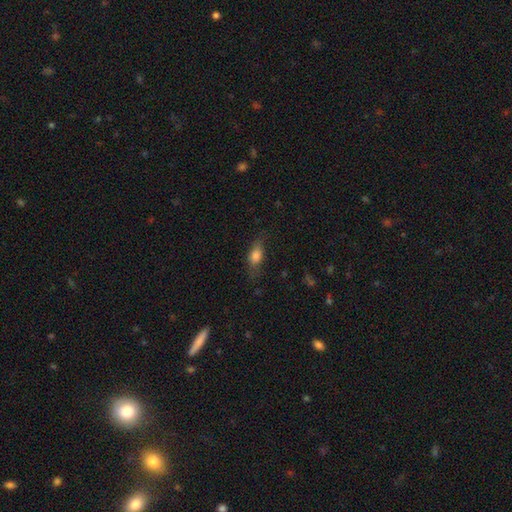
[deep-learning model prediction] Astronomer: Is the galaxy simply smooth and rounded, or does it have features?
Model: smooth — 76%.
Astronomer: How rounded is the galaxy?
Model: in between — 76%.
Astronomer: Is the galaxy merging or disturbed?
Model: none — 67%.